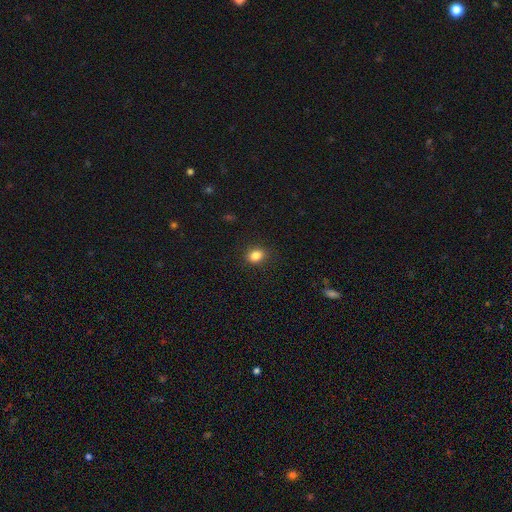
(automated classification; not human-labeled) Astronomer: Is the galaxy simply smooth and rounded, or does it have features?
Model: smooth — 84%.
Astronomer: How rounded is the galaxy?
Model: in between — 61% (runner-up: round, 38%).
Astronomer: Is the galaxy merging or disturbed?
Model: none — 88%.